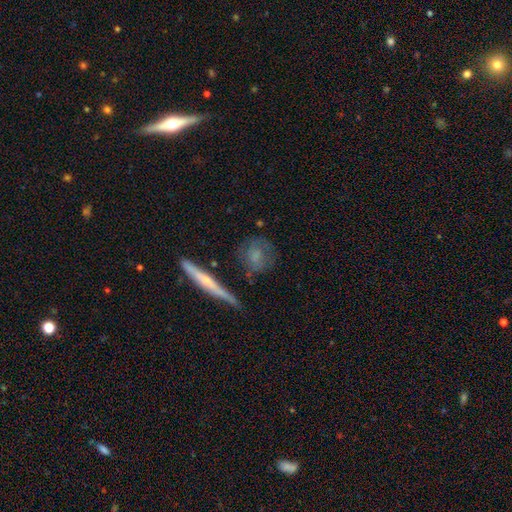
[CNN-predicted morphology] Smooth or featured? smooth (56%)
How rounded? round (63%)
Merging? none (67%)